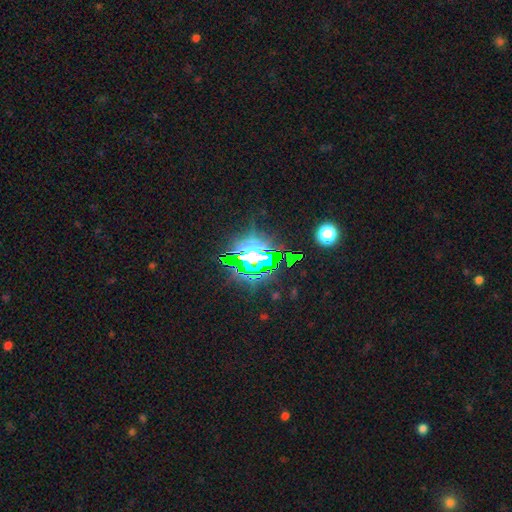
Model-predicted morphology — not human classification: The model was most divided on "smooth or featured": star or artifact: 72%, smooth: 16%, featured or disk: 12%.